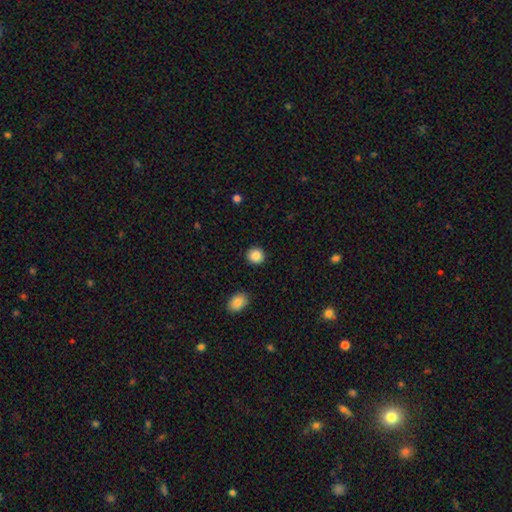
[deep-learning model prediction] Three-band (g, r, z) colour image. It shows a smooth galaxy with no disk features (88%) that is round (90%). Merging: none (91%).